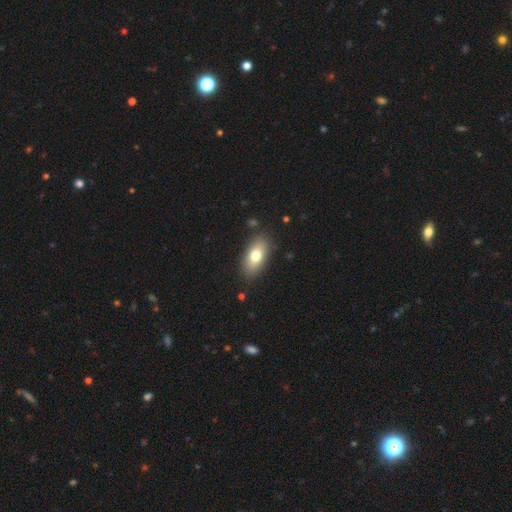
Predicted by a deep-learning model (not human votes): This is likely a smooth galaxy (76%). How rounded: clearly in between (89%). Merging: clearly none (85%).